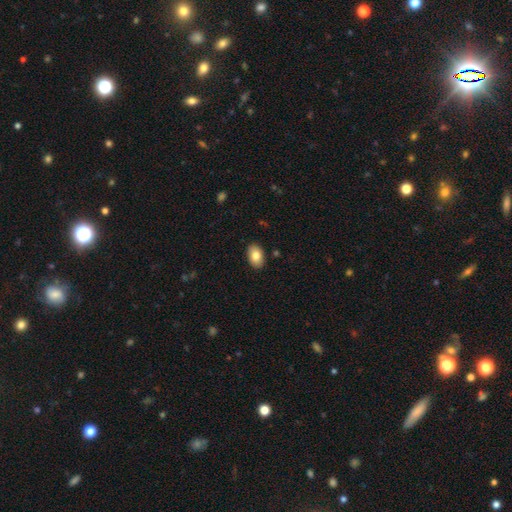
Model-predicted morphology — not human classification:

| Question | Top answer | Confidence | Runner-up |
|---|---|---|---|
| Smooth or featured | smooth | 83% | featured or disk (11%) |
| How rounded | in between | 90% | round (9%) |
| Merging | none | 89% | minor disturbance (8%) |